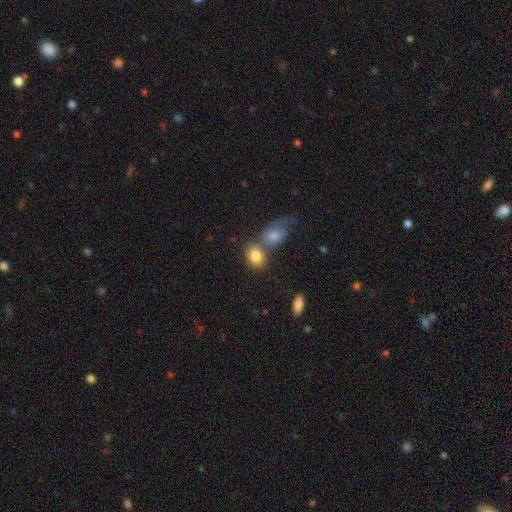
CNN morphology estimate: Smooth or featured? smooth (82%)
How rounded? in between (65%)
Merging? merger (42%, tied with none)